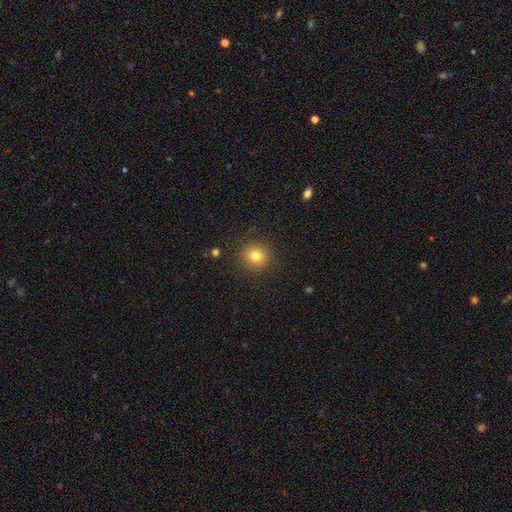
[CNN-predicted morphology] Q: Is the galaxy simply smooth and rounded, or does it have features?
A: smooth — 79%.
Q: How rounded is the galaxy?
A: round — 93%.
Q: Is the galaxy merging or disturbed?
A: none — 90%.